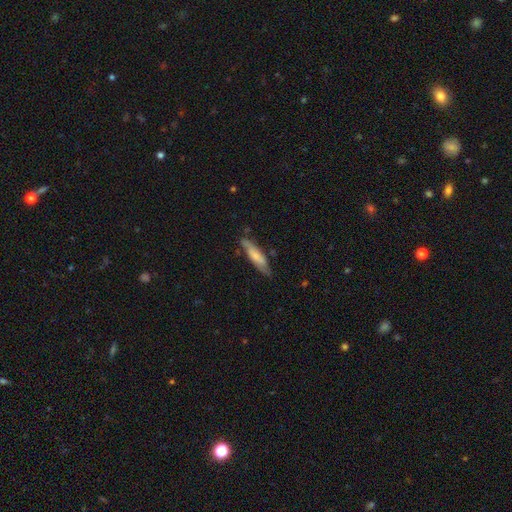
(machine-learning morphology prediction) Q: Smooth or featured?
A: smooth (53%); runner-up: featured or disk (41%)
Q: How rounded?
A: cigar-shaped (70%); runner-up: in between (28%)
Q: Merging?
A: none (71%); runner-up: minor disturbance (22%)